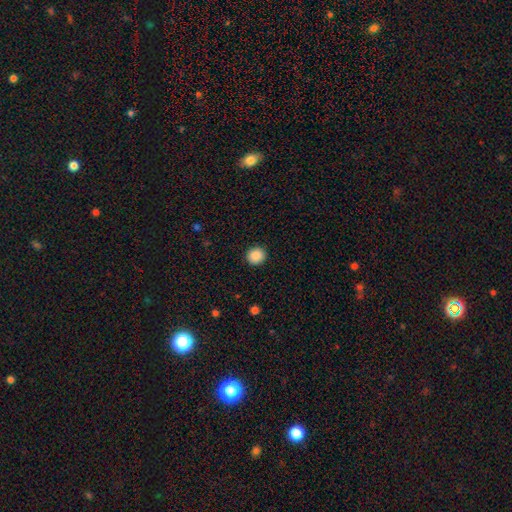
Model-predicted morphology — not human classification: Smooth or featured? Predicted: smooth (p=0.89). How rounded? Predicted: round (p=0.91). Merging? Predicted: none (p=0.92).